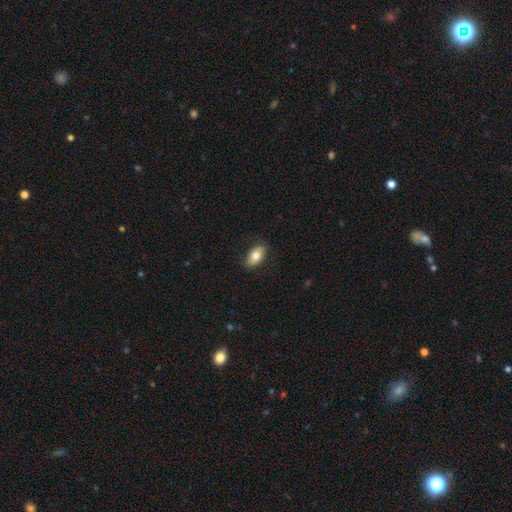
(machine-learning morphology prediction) This appears to be a smooth galaxy with no disk features (76%) that is in between round and cigar-shaped (89%). Merging: none (84%).